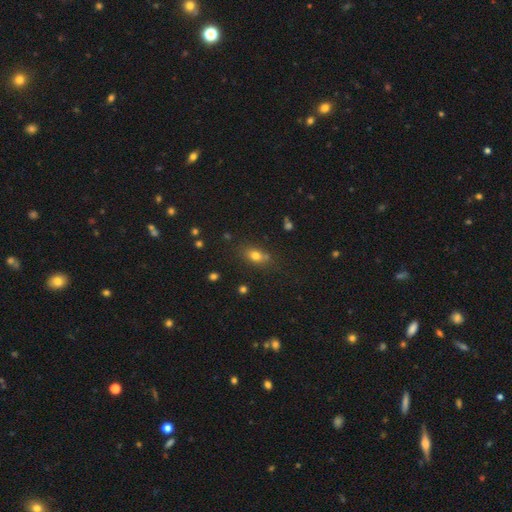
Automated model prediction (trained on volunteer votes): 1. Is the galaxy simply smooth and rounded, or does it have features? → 75% smooth, 14% star or artifact, 11% featured or disk.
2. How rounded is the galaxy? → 70% in between, 25% round, 5% cigar-shaped.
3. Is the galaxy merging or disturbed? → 66% none, 17% minor disturbance, 12% merger, 5% major disturbance.